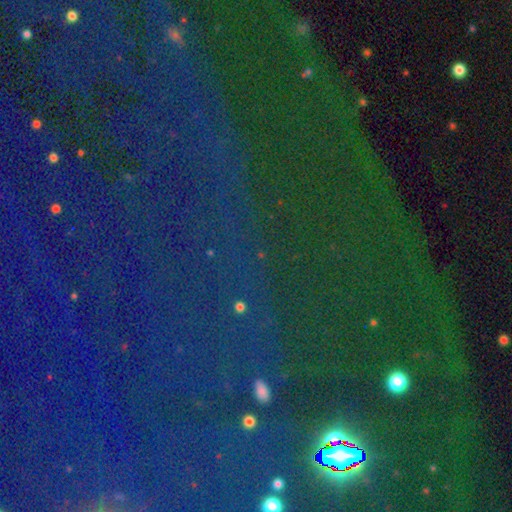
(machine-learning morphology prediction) Smooth or featured? Predicted: star or artifact (p=0.83).